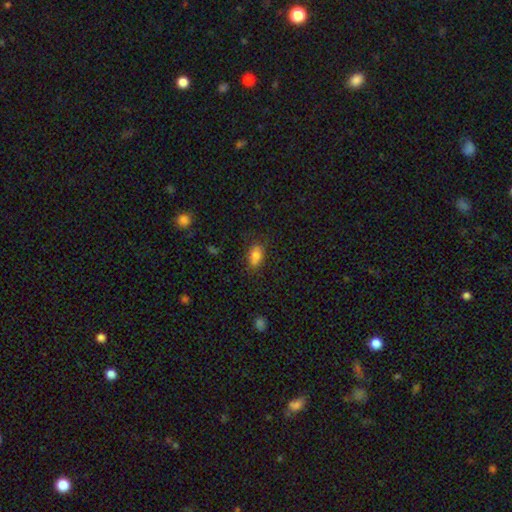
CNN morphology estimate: smooth_or_featured: smooth (p=0.76) [alt: featured or disk p=0.12]
how_rounded: in between (p=0.85) [alt: round p=0.11]
merging: none (p=0.74) [alt: minor disturbance p=0.18]